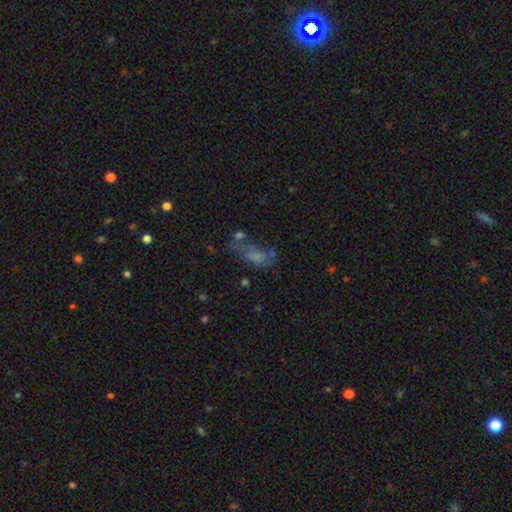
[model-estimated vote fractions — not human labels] Q: Smooth or featured?
A: smooth (50%); runner-up: featured or disk (30%)
Q: How rounded?
A: in between (76%); runner-up: cigar-shaped (18%)
Q: Merging?
A: none (34%); runner-up: major disturbance (27%)